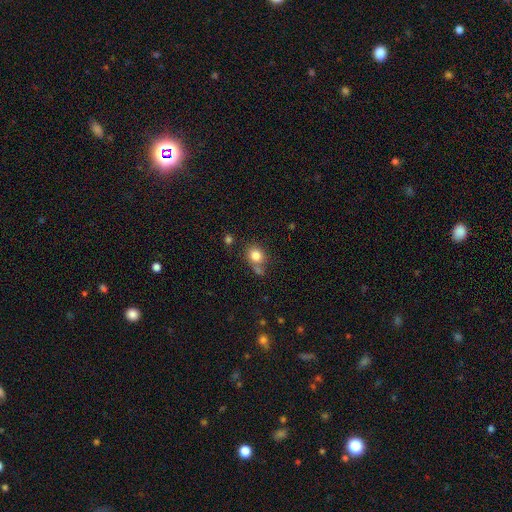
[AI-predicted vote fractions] Smooth or featured? Predicted: smooth (p=0.82). How rounded? Predicted: round (p=0.72). Merging? Predicted: none (p=0.62).